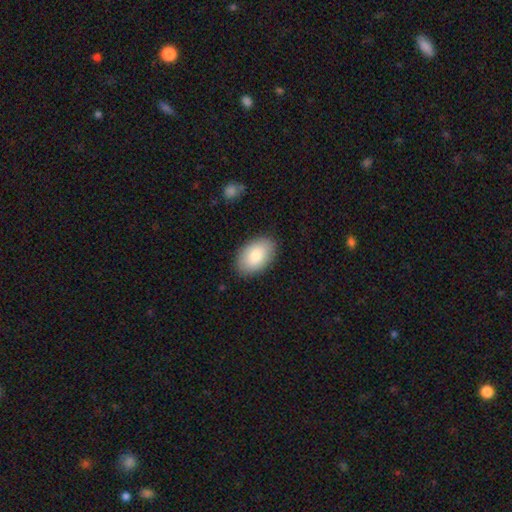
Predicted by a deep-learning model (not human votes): Smooth or featured? Predicted: smooth (p=0.82). How rounded? Predicted: in between (p=0.91). Merging? Predicted: none (p=0.87).